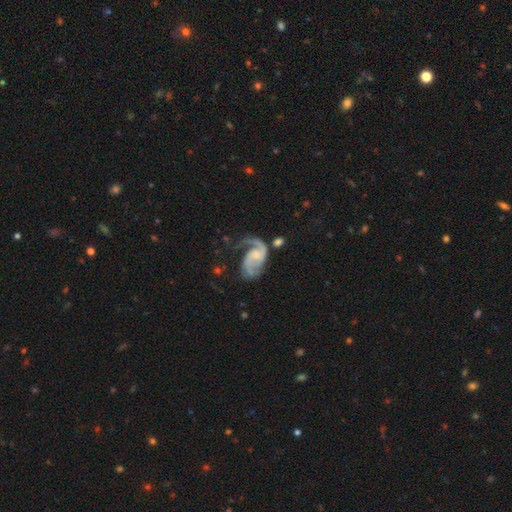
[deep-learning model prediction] smooth-or-featured: featured or disk: 88% | smooth: 7% | star or artifact: 5%
  disk-edge-on: no: 98% | yes: 2%
    bar: no: 56% | weak: 36% | strong: 8%
    has-spiral-arms: yes: 97% | no: 3%
      spiral-winding: medium: 49% | loose: 35% | tight: 17%
      spiral-arm-count: 2: 78% | 1: 12% | can't tell: 4% | 3: 3% | 4: 1% | more than 4: 1%
    bulge-size: small: 53% | moderate: 25% | none: 18% | large: 3% | dominant: 1%
  merging: none: 43% | major disturbance: 28% | minor disturbance: 23% | merger: 6%